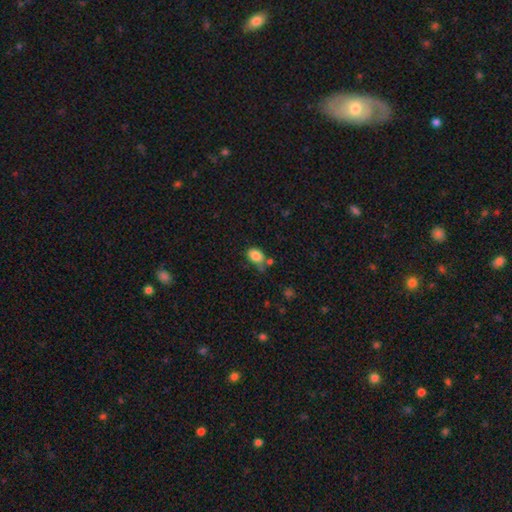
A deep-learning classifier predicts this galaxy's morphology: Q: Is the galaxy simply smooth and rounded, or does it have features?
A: smooth — 84%.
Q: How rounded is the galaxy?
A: in between — 75%.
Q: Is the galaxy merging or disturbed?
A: none — 48%.